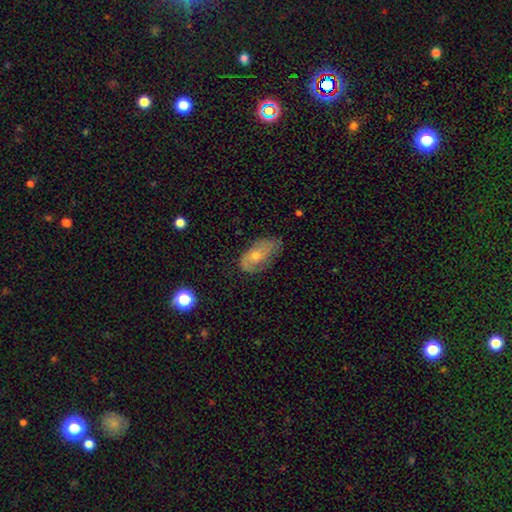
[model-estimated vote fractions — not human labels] Q: Smooth or featured?
A: smooth (48%); runner-up: featured or disk (44%)
Q: Merging?
A: none (59%); runner-up: minor disturbance (30%)